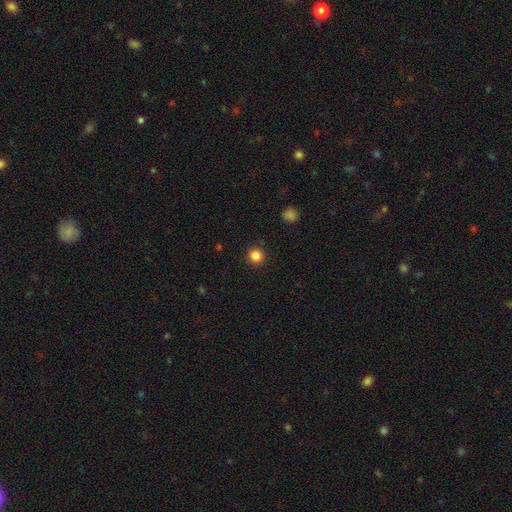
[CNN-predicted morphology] Smooth or featured: smooth — 85% (star or artifact — 12%)
How rounded: round — 93% (in between — 6%)
Merging: none — 90% (minor disturbance — 6%)